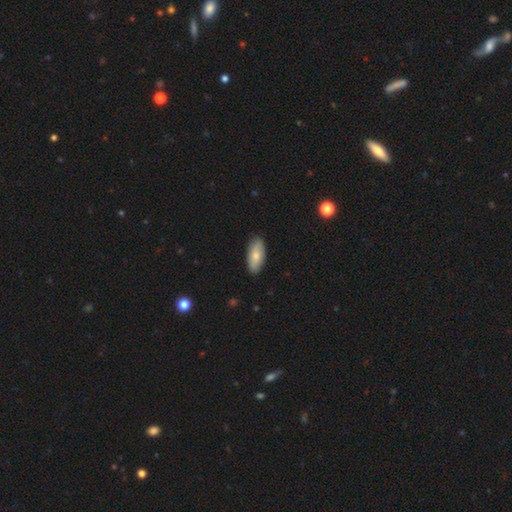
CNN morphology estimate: A smooth galaxy with no disk features (76%) that is in between round and cigar-shaped (89%). Merging: none (88%).